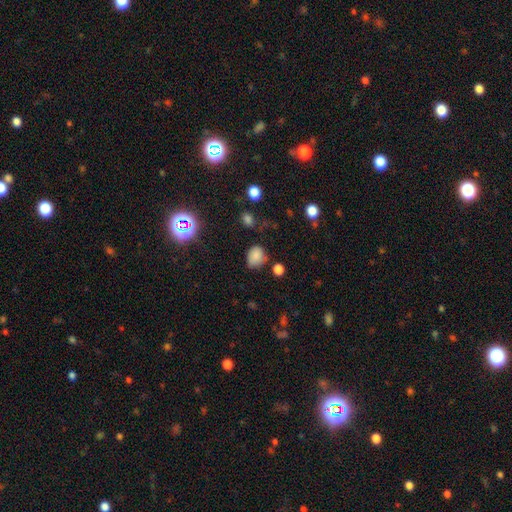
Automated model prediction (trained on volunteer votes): The model was most divided on "how rounded": round: 51%, in between: 48%, cigar-shaped: 1%. More confident: smooth or featured — smooth (79%); merging — none (59%).